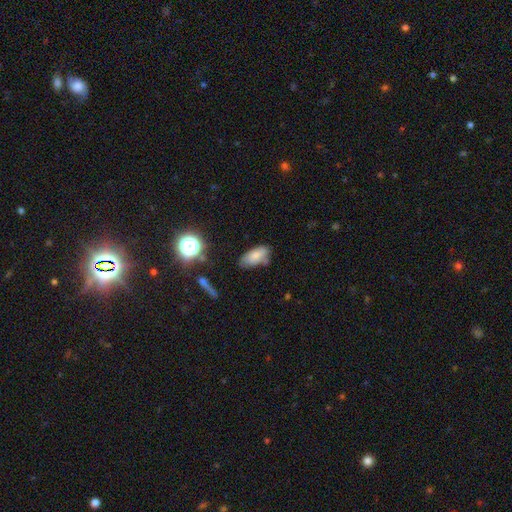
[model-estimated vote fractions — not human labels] Smooth or featured? Predicted: smooth (p=0.75). How rounded? Predicted: in between (p=0.88). Merging? Predicted: none (p=0.62).